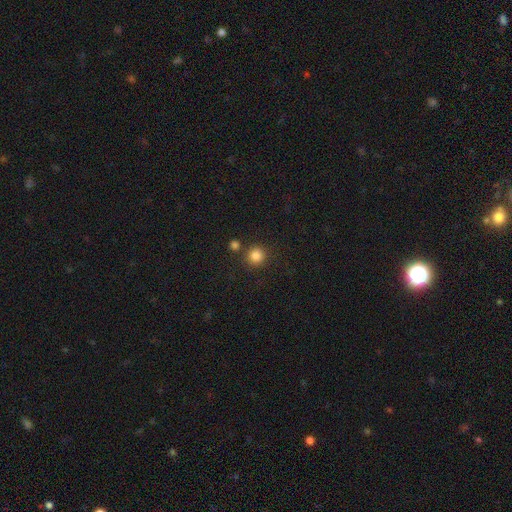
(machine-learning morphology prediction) Overall: smooth (84%). How rounded: round (93%). Merging: none (82%).